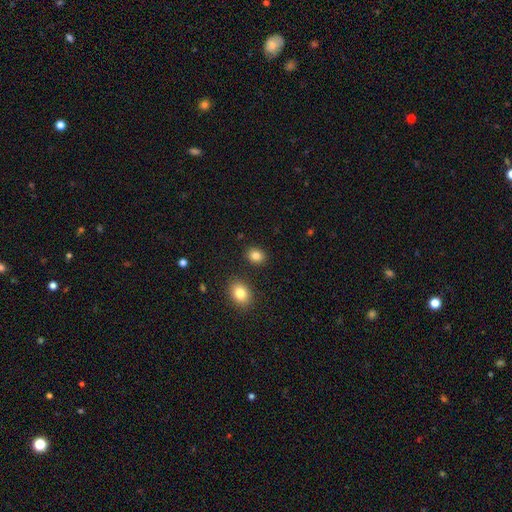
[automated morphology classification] Smooth or featured? smooth (84%)
How rounded? in between (50%)
Merging? none (86%)